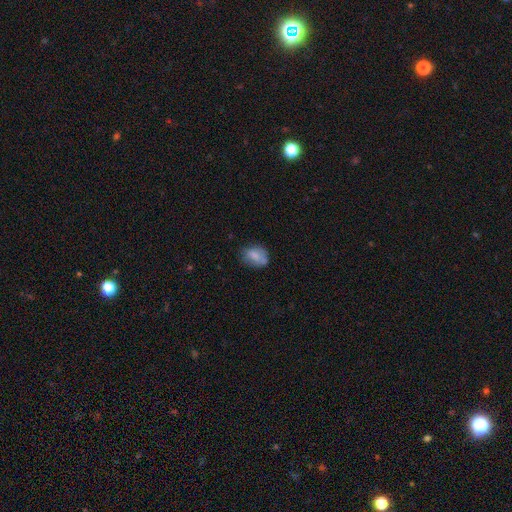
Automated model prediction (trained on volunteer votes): Smooth or featured? Predicted: smooth (p=0.73). How rounded? Predicted: in between (p=0.66). Merging? Predicted: none (p=0.56).